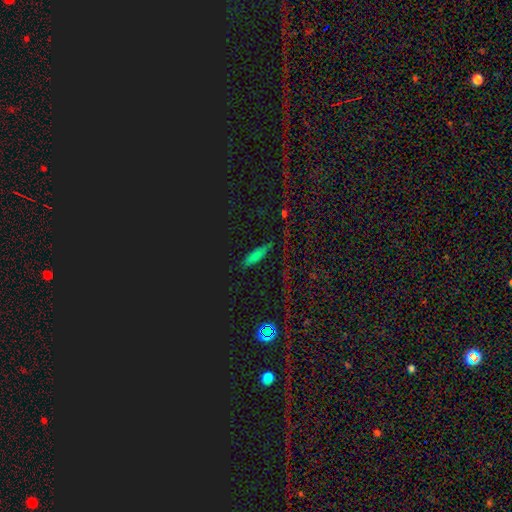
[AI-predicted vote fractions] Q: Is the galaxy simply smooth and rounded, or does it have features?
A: smooth — 54%.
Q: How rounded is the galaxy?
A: in between — 49%.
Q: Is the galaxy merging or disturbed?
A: none — 79%.